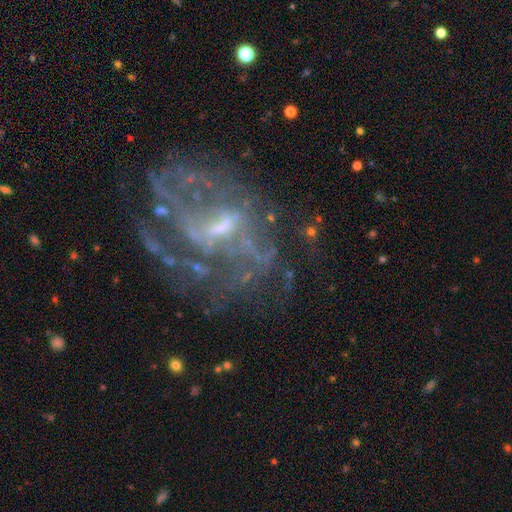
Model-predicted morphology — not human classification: Overall: featured or disk (80%). Edge-on disk: no (97%). Bar: weak (51%; no 33%). Spiral arms: yes (68%; no 32%). Spiral arm count: can't tell (50%; 2 20%). Spiral winding: medium (38%; loose 31%). Bulge size: small (52%; moderate 31%). Merging: none (52%; major disturbance 26%).